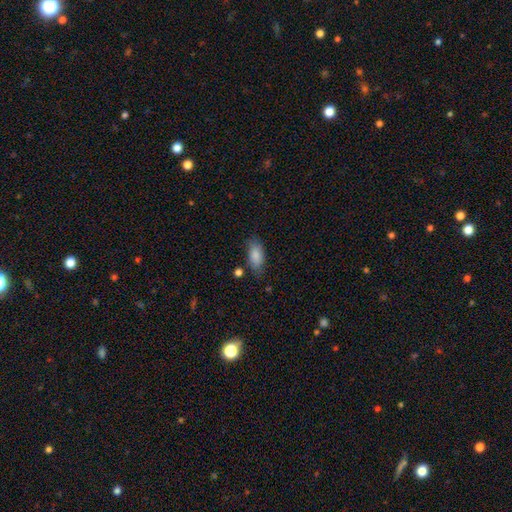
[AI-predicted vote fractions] Smooth or featured? smooth (85%)
How rounded? in between (89%)
Merging? none (69%)